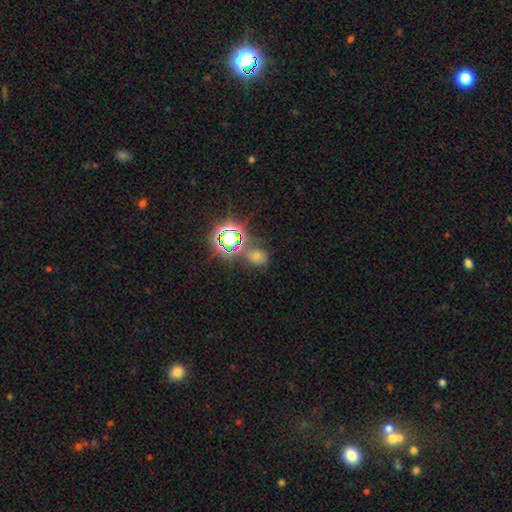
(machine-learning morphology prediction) type=star or artifact (52%).